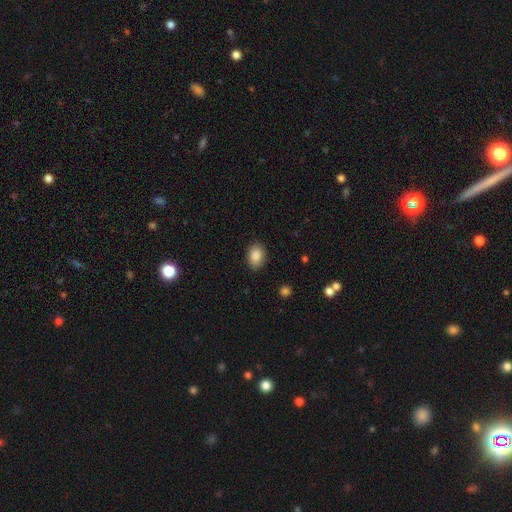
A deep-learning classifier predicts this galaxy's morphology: Smooth or featured?
  - smooth: 88% *
  - star or artifact: 8%
  - featured or disk: 4%
How rounded?
  - in between: 79% *
  - round: 20%
  - cigar-shaped: 1%
Merging?
  - none: 87% *
  - minor disturbance: 10%
  - major disturbance: 3%
  - merger: 1%